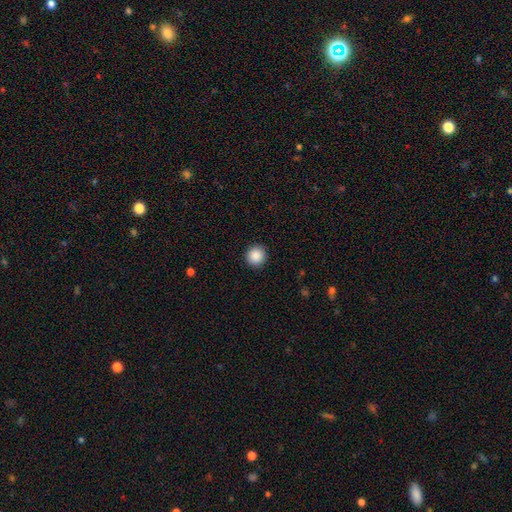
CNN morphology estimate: This appears to be a smooth galaxy with no disk features (89%) that is round (94%). Merging: none (92%).